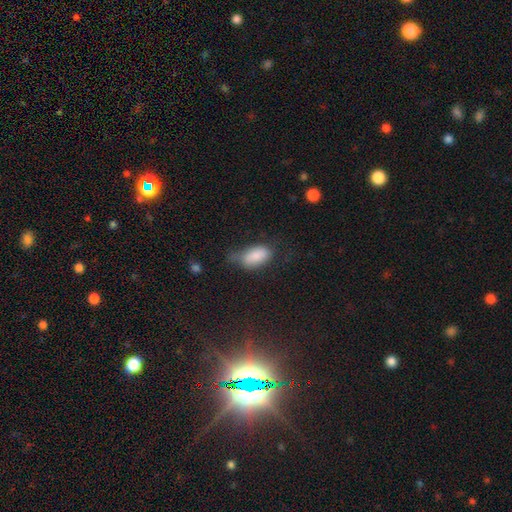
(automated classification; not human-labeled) Overall: smooth (83%). How rounded: in between (92%). Merging: none (39%; minor disturbance 37%).